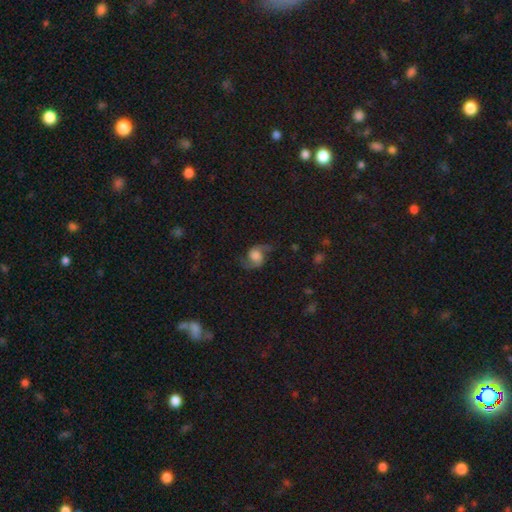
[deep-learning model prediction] Morphology: type=featured or disk (72%); edge-on=no (97%); bar=no (64%); spiral arms=yes (94%); winding=loose (62%); arm count=2 (92%); bulge=large (40%); merging=none (68%).